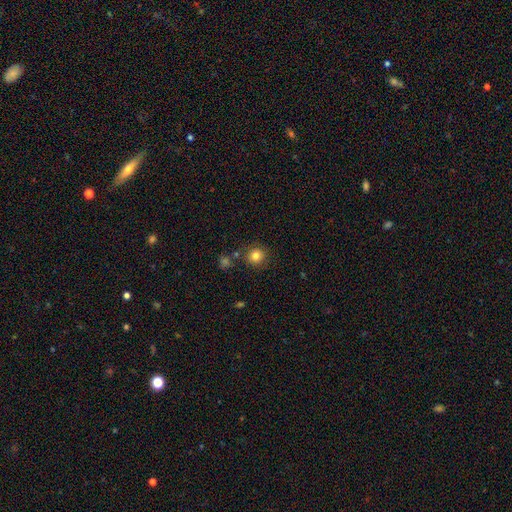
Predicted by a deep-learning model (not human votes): Overall: smooth (82%). How rounded: round (92%). Merging: none (84%).